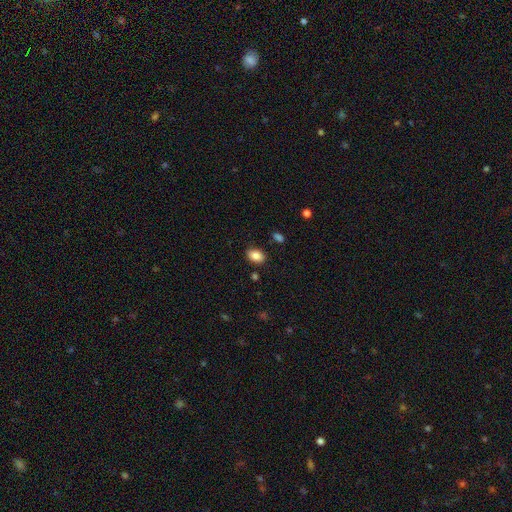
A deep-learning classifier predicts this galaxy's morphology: This is clearly a smooth galaxy (87%). How rounded: clearly in between (80%). Merging: clearly none (85%).